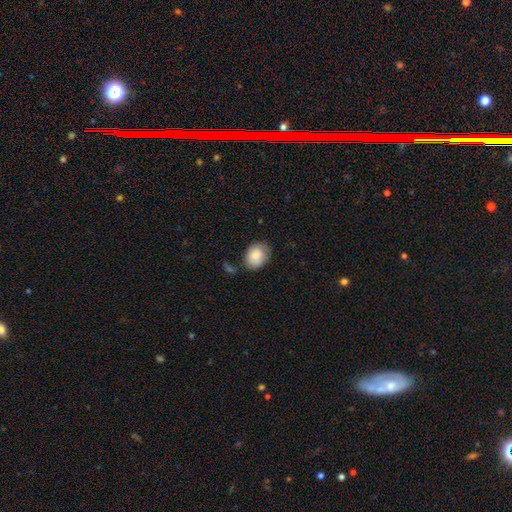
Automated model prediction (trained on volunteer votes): This appears to be a smooth galaxy with no disk features (81%) that is in between round and cigar-shaped (59%). Merging: none (68%).